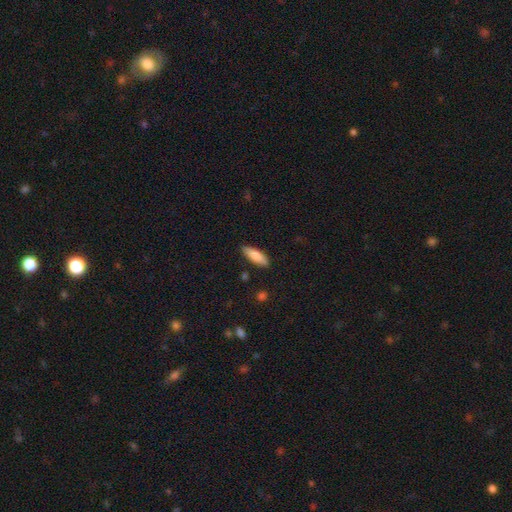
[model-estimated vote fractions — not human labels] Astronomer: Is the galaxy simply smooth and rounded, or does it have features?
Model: smooth — 82%.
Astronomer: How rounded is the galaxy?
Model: in between — 59% (runner-up: cigar-shaped, 39%).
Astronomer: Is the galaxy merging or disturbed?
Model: none — 87%.